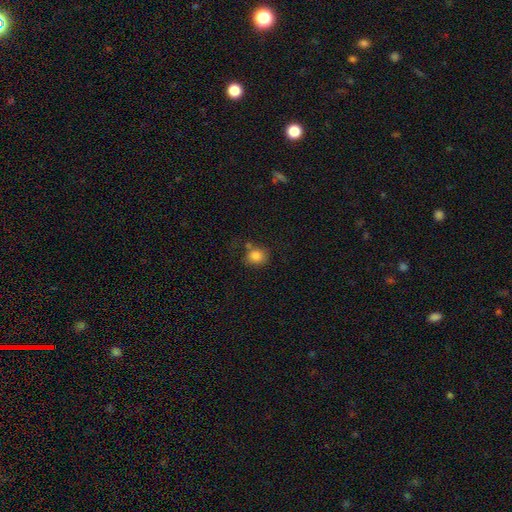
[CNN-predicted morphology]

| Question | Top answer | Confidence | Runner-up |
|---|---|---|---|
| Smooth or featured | smooth | 83% | star or artifact (11%) |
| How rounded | round | 75% | in between (25%) |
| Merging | none | 62% | minor disturbance (17%) |